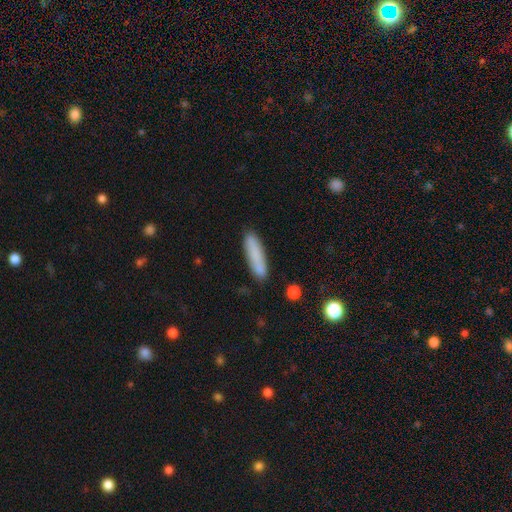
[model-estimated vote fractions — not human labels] Smooth or featured: smooth — 83% (featured or disk — 11%)
How rounded: cigar-shaped — 80% (in between — 19%)
Merging: none — 86% (minor disturbance — 10%)